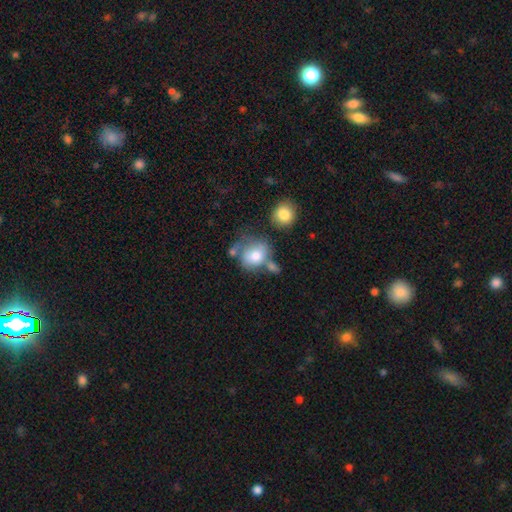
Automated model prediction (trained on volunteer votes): smooth 71%, featured or disk 20%, star or artifact 9%. Down the decision tree: how rounded — round (62%); merging — none (40%).